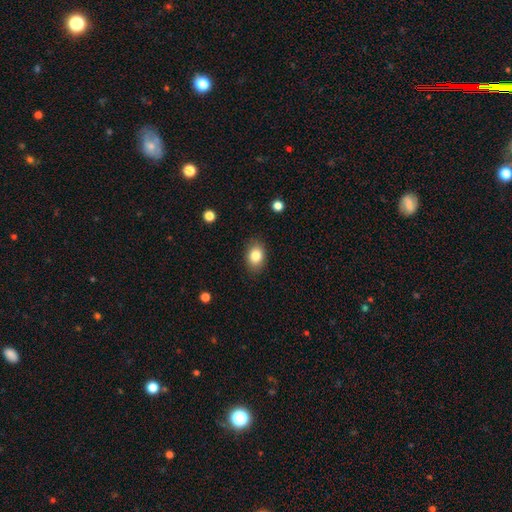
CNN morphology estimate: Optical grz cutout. It shows a smooth galaxy with no disk features (83%) that is in between round and cigar-shaped (75%). Merging: none (85%).